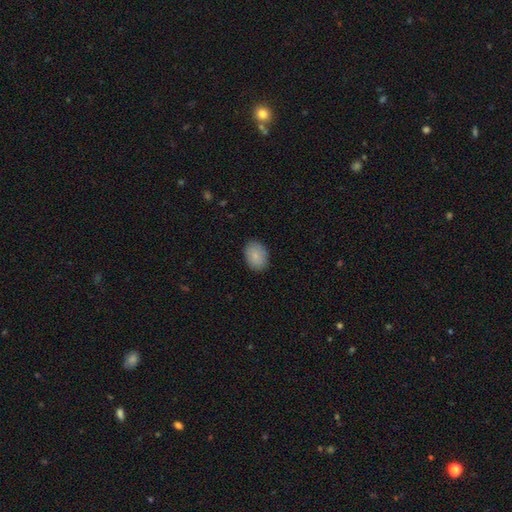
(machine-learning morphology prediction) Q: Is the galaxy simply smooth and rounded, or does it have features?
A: smooth — 86%.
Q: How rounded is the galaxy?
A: in between — 77%.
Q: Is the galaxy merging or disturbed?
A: none — 87%.